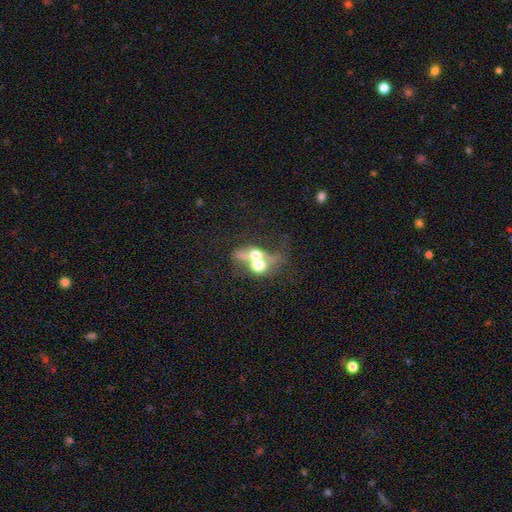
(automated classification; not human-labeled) Q: Smooth or featured?
A: smooth (49%); runner-up: featured or disk (39%)
Q: Merging?
A: merger (76%); runner-up: none (11%)